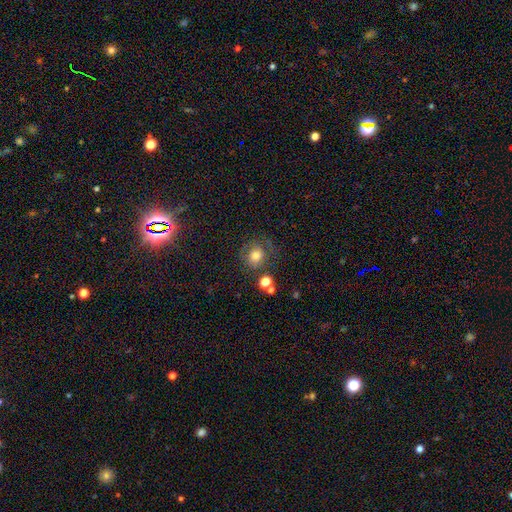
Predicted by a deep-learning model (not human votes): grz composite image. It shows a smooth galaxy with no disk features (66%) that is round (82%). Merging: none (61%).